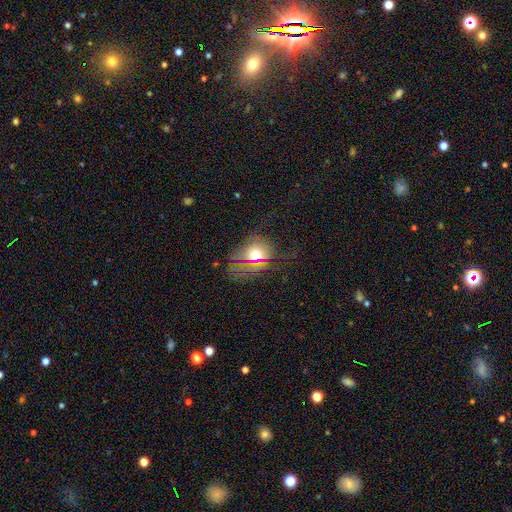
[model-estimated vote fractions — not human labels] The model was most divided on "how rounded": round: 60%, in between: 38%, cigar-shaped: 2%. More confident: smooth or featured — smooth (60%); merging — none (56%).